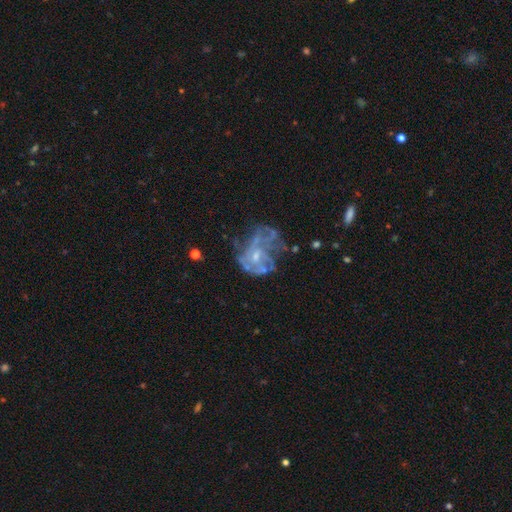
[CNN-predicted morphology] Q: Smooth or featured?
A: featured or disk (74%); runner-up: smooth (14%)
Q: Edge-on disk?
A: no (98%); runner-up: yes (2%)
Q: Bar?
A: no (75%); runner-up: weak (21%)
Q: Spiral arms?
A: yes (53%); runner-up: no (47%)
Q: Bulge size?
A: small (53%); runner-up: moderate (31%)
Q: Merging?
A: major disturbance (38%); runner-up: none (37%)